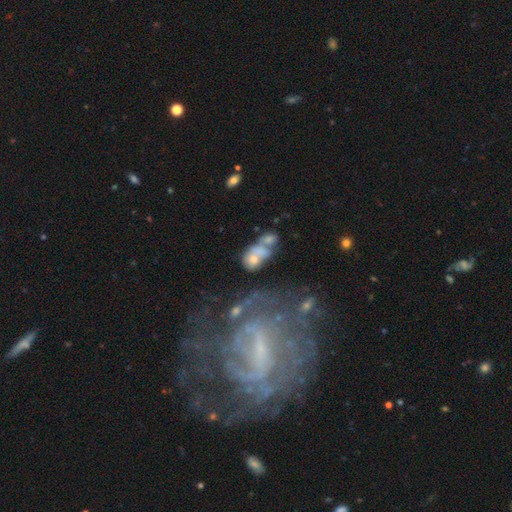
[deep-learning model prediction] Morphology: type=smooth (52%); roundness=in between (73%); merging=merger (53%).